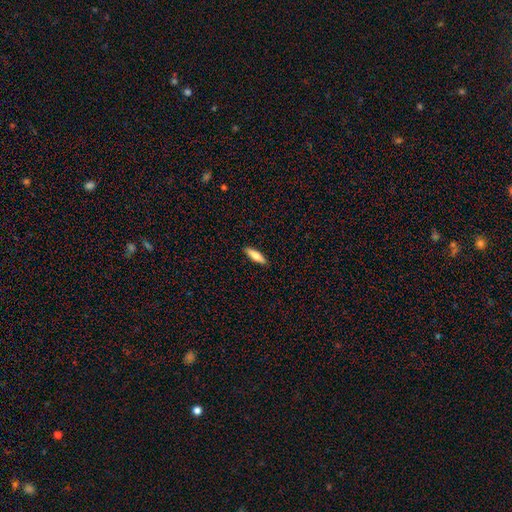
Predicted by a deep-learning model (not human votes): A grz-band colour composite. It shows a smooth galaxy with no disk features (75%) that is cigar-shaped (59%). Merging: none (90%).